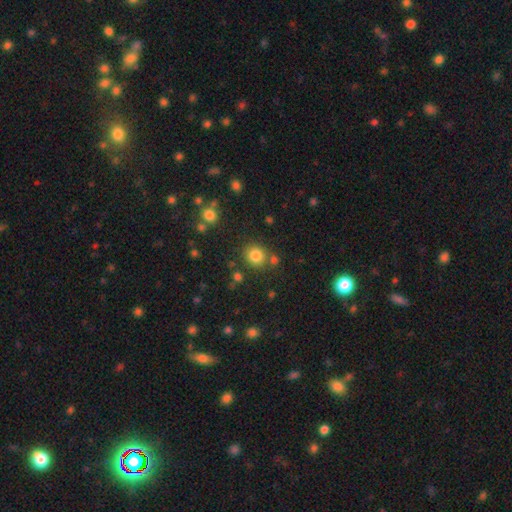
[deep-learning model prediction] Overall: smooth (81%). How rounded: round (87%). Merging: none (77%).